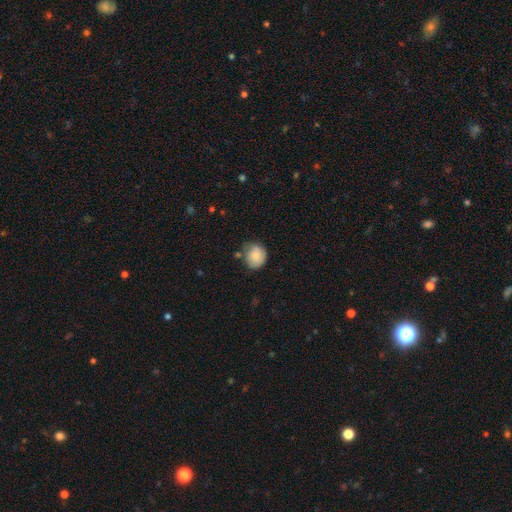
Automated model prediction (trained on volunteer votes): A smooth galaxy with no disk features (79%) that is round (73%). Merging: none (60%).